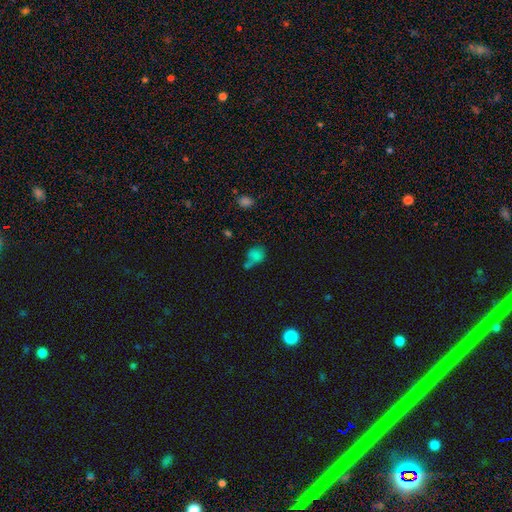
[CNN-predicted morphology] Smooth or featured?
  - smooth: 74% *
  - star or artifact: 16%
  - featured or disk: 10%
How rounded?
  - round: 54% *
  - in between: 44%
  - cigar-shaped: 2%
Merging?
  - merger: 38% *
  - none: 34%
  - minor disturbance: 16%
  - major disturbance: 12%